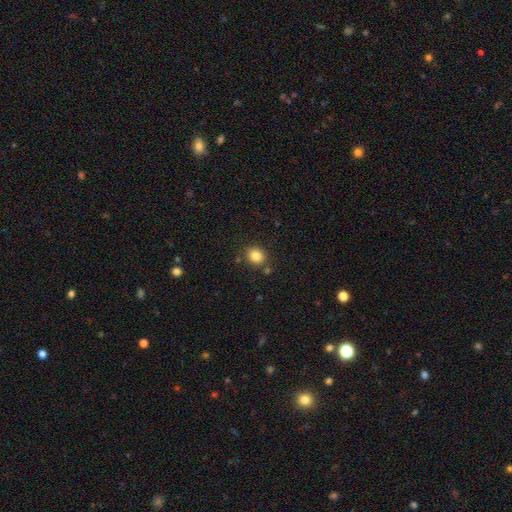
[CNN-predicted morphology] smooth-or-featured: smooth: 84% | star or artifact: 11% | featured or disk: 6%
  how-rounded: round: 69% | in between: 30% | cigar-shaped: 1%
  merging: none: 82% | minor disturbance: 9% | merger: 6% | major disturbance: 3%